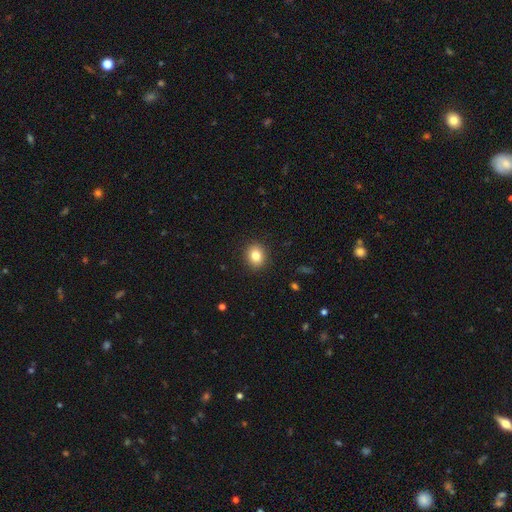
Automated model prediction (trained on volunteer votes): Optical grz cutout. It shows a smooth galaxy with no disk features (83%) that is round (70%). Merging: none (91%).